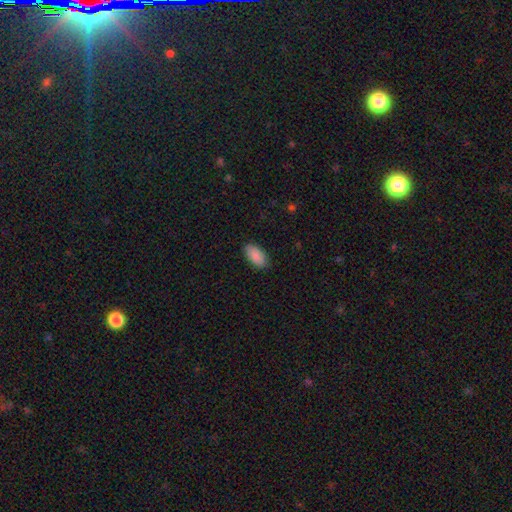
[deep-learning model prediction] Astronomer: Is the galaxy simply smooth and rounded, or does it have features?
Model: smooth — 88%.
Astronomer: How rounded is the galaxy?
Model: in between — 94%.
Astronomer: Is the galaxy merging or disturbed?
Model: none — 88%.